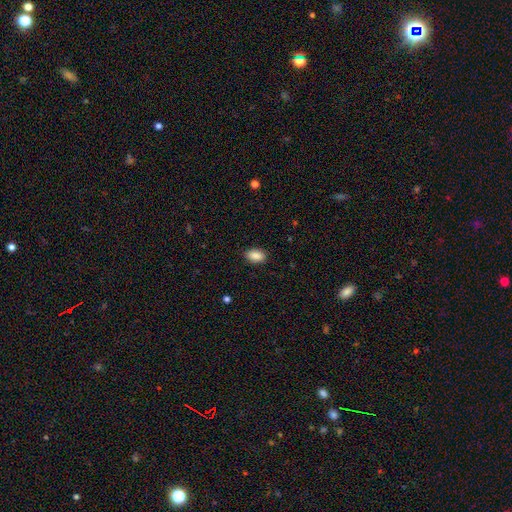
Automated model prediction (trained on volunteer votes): This appears to be a smooth galaxy with no disk features (89%) that is in between round and cigar-shaped (91%). Merging: none (88%).